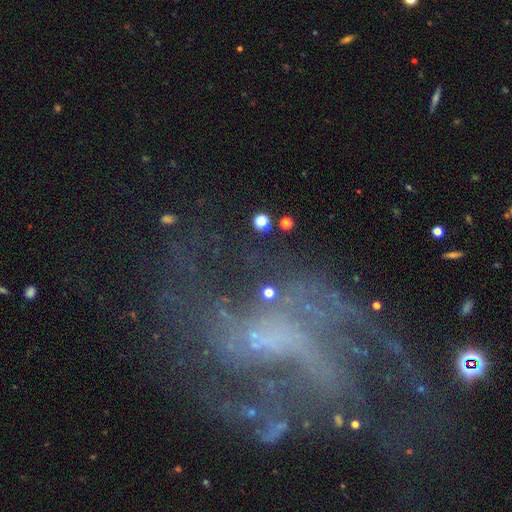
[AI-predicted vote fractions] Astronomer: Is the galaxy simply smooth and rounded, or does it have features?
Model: featured or disk — 78%.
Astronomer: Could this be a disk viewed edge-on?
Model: no — 97%.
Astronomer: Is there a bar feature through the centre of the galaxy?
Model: no — 45% (runner-up: weak, 38%).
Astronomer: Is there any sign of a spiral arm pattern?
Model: yes — 85%.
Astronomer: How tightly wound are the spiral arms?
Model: loose — 43% (runner-up: medium, 39%).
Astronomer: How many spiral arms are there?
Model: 2 — 31% (runner-up: can't tell, 26%).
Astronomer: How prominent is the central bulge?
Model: none — 51% (runner-up: small, 34%).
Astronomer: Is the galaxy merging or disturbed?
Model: none — 47% (runner-up: major disturbance, 32%).